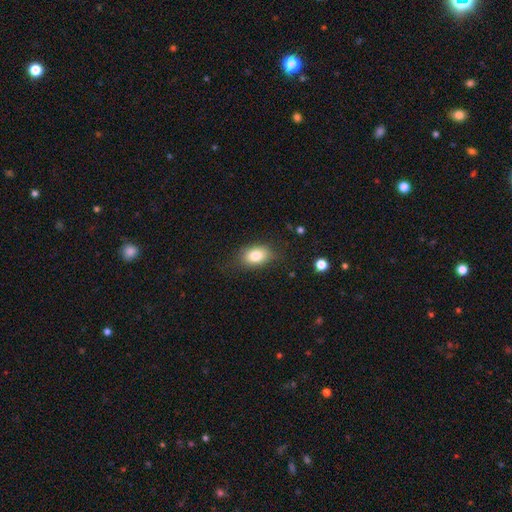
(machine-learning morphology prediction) A smooth galaxy with no disk features (81%) that is in between round and cigar-shaped (82%).

Vote fractions:
- Smooth or featured? smooth: 81% / featured or disk: 10% / star or artifact: 9%
- How rounded? in between: 82% / round: 17% / cigar-shaped: 1%
- Merging? none: 77% / minor disturbance: 16% / major disturbance: 5% / merger: 1%